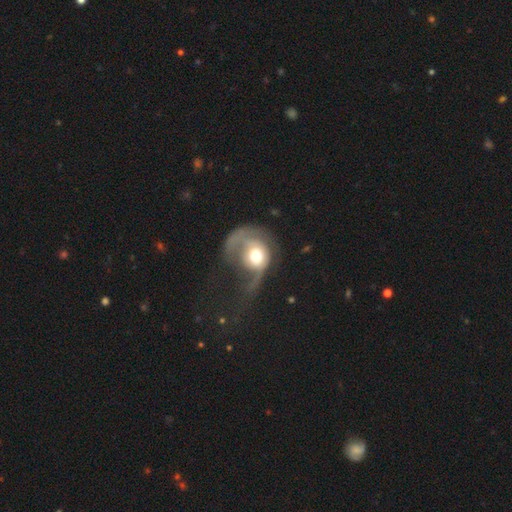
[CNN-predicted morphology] This is possibly a featured or disk galaxy (54%). It is clearly not viewed edge-on (96%). Bar: clearly no (81%). Spiral arm pattern: possibly yes (59%). Central bulge: possibly moderate (55%). Merging: likely major disturbance (64%).